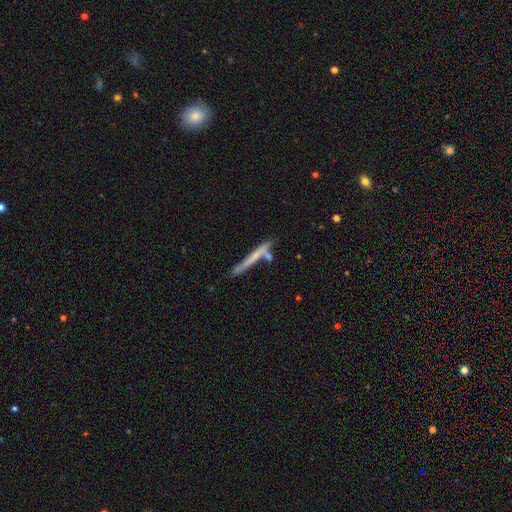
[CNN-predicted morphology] The model was most divided on "smooth or featured": smooth: 48%, featured or disk: 45%, star or artifact: 7%. More confident: merging — none (63%).